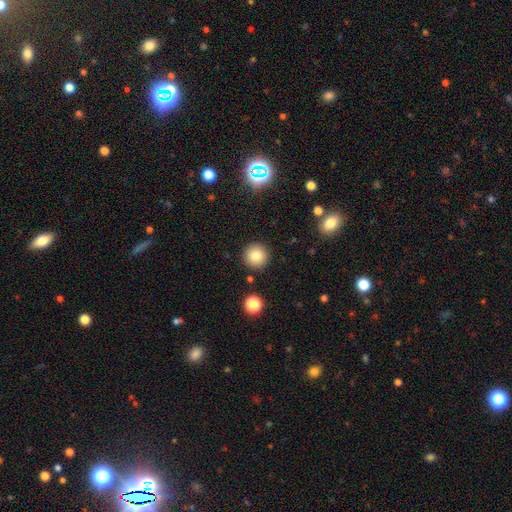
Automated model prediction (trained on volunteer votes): A smooth galaxy with no disk features (83%) that is round (96%).

Vote fractions:
- Smooth or featured? smooth: 83% / star or artifact: 10% / featured or disk: 7%
- How rounded? round: 96% / in between: 3% / cigar-shaped: 1%
- Merging? none: 90% / minor disturbance: 6% / merger: 2% / major disturbance: 2%